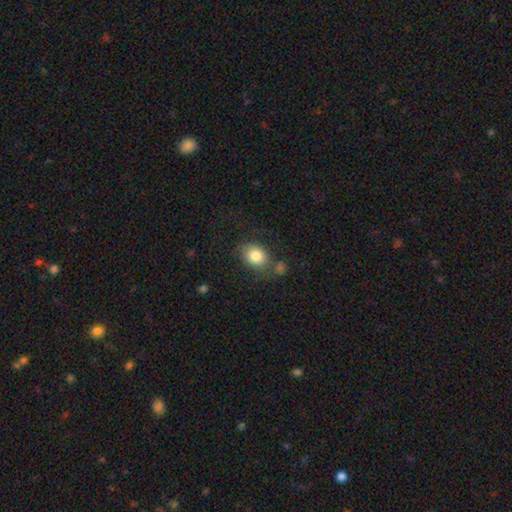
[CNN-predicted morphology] type=smooth (83%); roundness=in between (62%); merging=none (66%).